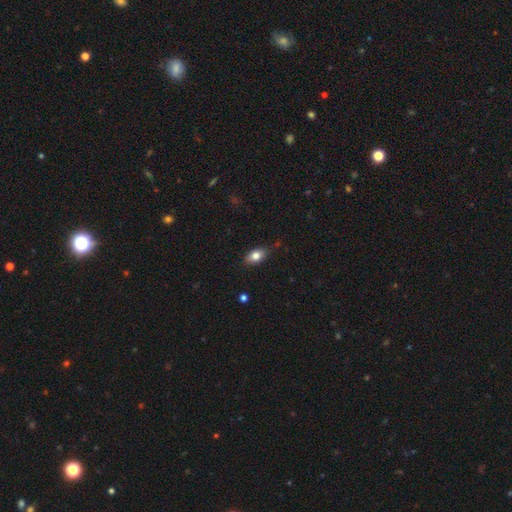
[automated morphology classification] Smooth or featured? smooth (80%)
How rounded? in between (86%)
Merging? none (79%)